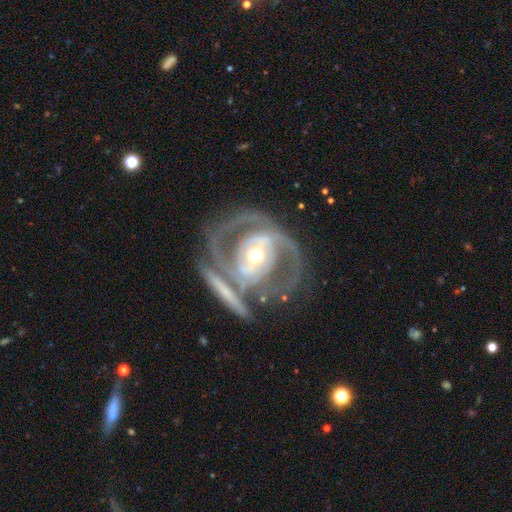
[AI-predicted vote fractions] A featured or disk galaxy (86%) with a strong bar (36%), 2 (70%) tight (47%) spiral arms (85%) and a moderate central bulge (70%). Merging: none (56%).